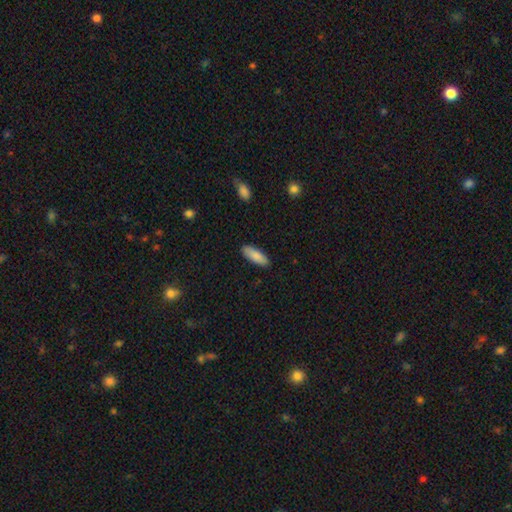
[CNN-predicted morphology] Smooth or featured? smooth (87%)
How rounded? in between (62%)
Merging? none (88%)